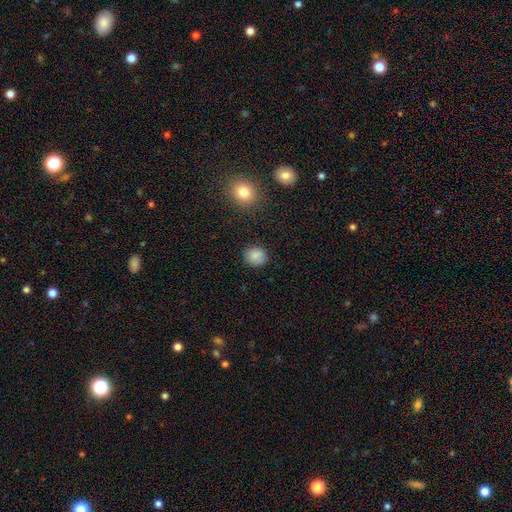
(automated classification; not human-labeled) A smooth galaxy with no disk features (85%) that is round (78%). Merging: none (85%).